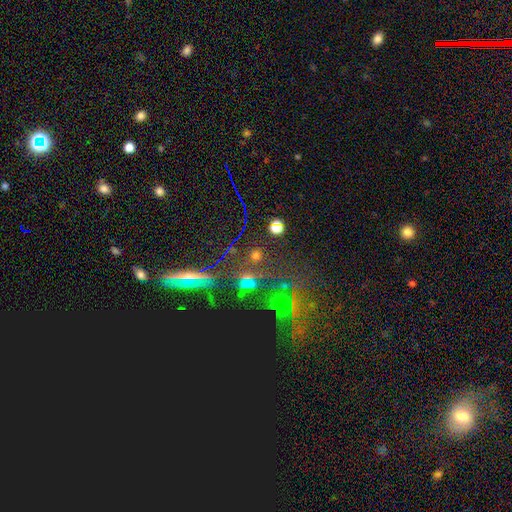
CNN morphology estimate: Smooth or featured: star or artifact — 51% (smooth — 36%)